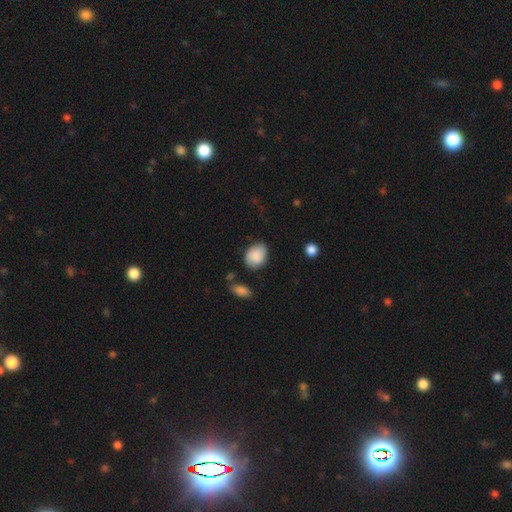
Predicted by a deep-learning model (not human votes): smooth-or-featured: smooth: 87% | star or artifact: 7% | featured or disk: 6%
  how-rounded: in between: 64% | round: 35% | cigar-shaped: 1%
  merging: none: 71% | minor disturbance: 21% | major disturbance: 5% | merger: 4%